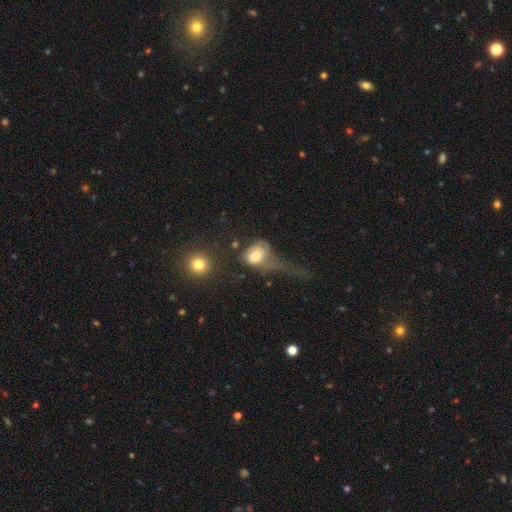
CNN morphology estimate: A smooth galaxy with no disk features (58%) that is in between round and cigar-shaped (64%).

Vote fractions:
- Smooth or featured? smooth: 58% / featured or disk: 32% / star or artifact: 10%
- How rounded? in between: 64% / round: 34% / cigar-shaped: 2%
- Merging? major disturbance: 63% / minor disturbance: 13% / none: 12% / merger: 11%